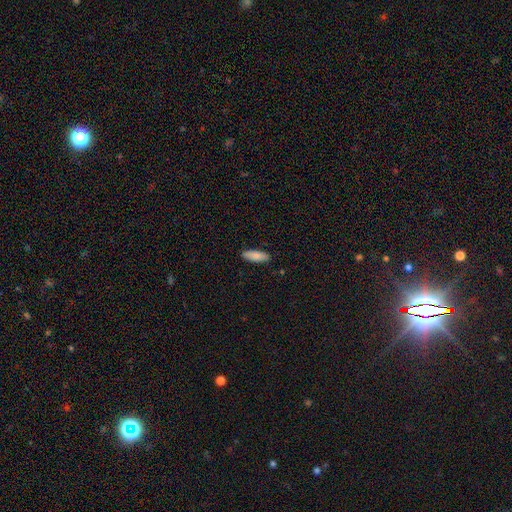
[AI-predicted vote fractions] smooth-or-featured: smooth: 84% | featured or disk: 10% | star or artifact: 6%
  how-rounded: in between: 59% | cigar-shaped: 39% | round: 2%
  merging: none: 89% | minor disturbance: 8% | major disturbance: 2% | merger: 1%